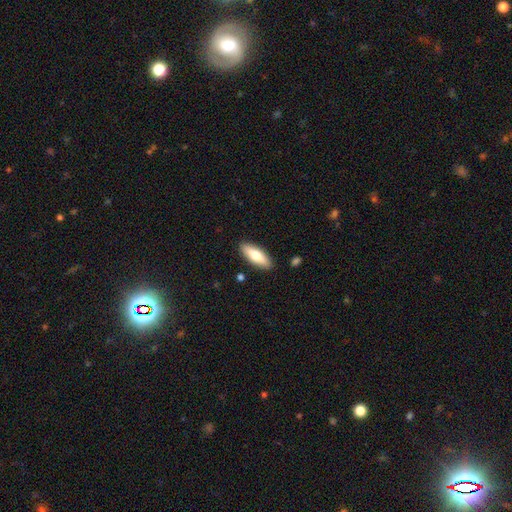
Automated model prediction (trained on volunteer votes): A smooth galaxy with no disk features (70%) that is in between round and cigar-shaped (59%). Merging: none (88%).